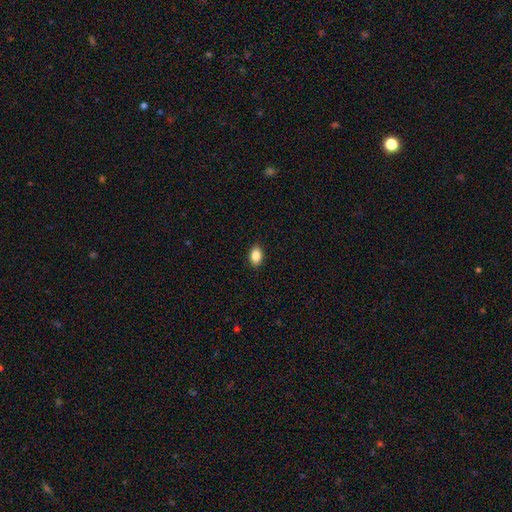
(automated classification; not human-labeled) smooth 86%, star or artifact 8%, featured or disk 6%. Down the decision tree: how rounded — in between (85%); merging — none (90%).